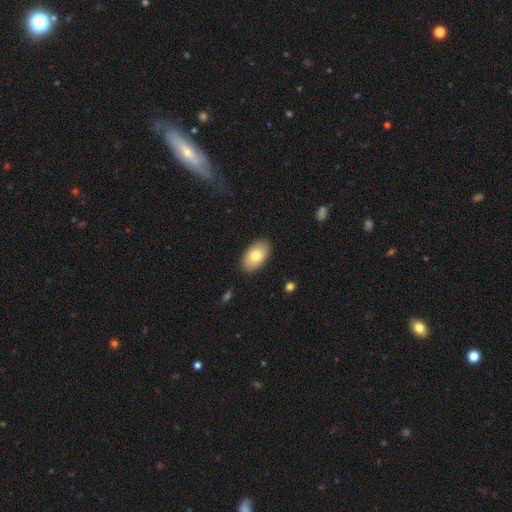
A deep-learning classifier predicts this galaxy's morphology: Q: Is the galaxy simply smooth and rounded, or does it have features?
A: smooth — 78%.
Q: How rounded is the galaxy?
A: in between — 94%.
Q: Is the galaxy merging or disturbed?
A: none — 88%.